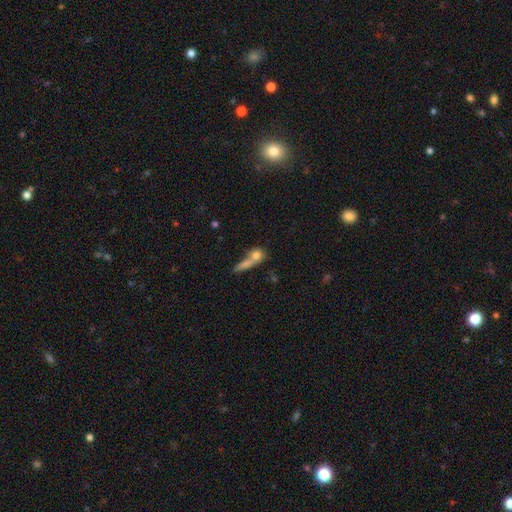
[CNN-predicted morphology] This is likely a smooth galaxy (72%). How rounded: possibly round (48%). Merging: possibly merger (45%).